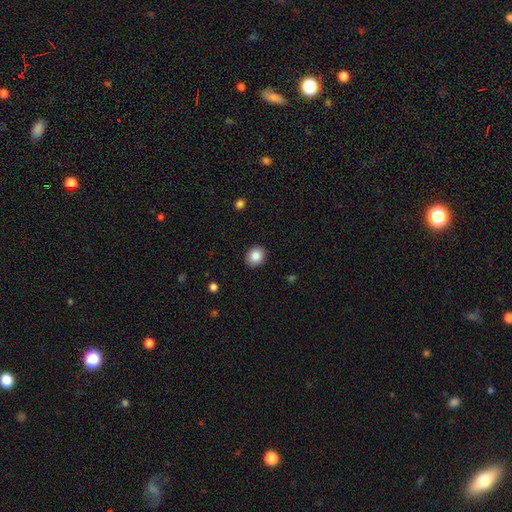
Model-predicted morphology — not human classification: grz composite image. It shows a smooth galaxy with no disk features (87%) that is round (71%). Merging: none (91%).